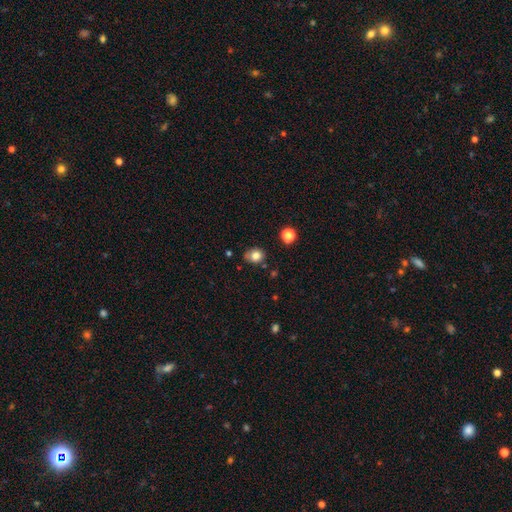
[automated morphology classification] smooth_or_featured: smooth (p=0.80) [alt: star or artifact p=0.11]
how_rounded: round (p=0.60) [alt: in between p=0.40]
merging: none (p=0.66) [alt: minor disturbance p=0.24]